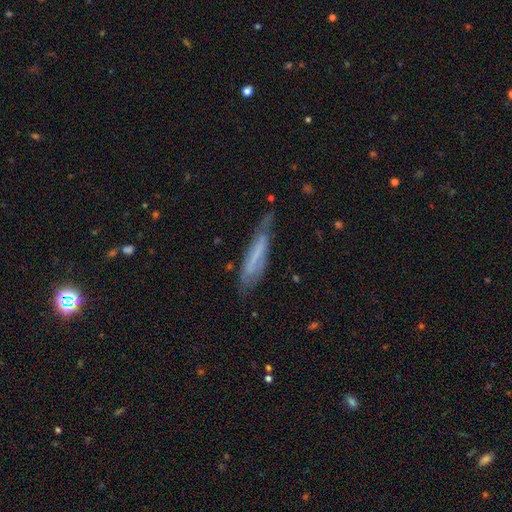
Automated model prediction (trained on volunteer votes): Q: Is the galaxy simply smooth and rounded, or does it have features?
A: featured or disk — 51%.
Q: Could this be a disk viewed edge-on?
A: yes — 57%.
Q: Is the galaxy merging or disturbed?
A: none — 55%.